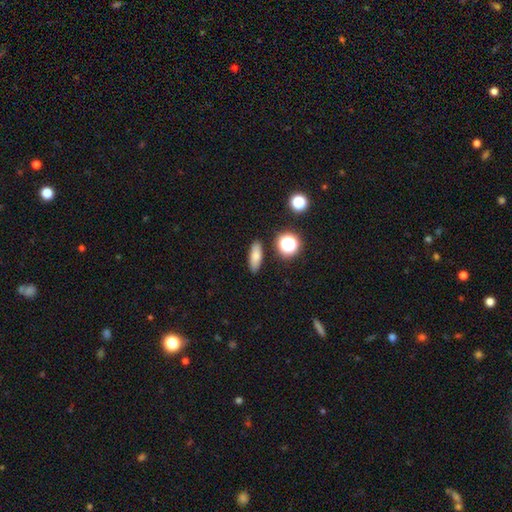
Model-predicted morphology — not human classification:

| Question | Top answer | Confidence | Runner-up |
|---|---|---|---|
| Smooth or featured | smooth | 76% | featured or disk (13%) |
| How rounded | in between | 56% | cigar-shaped (34%) |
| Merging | none | 87% | minor disturbance (8%) |